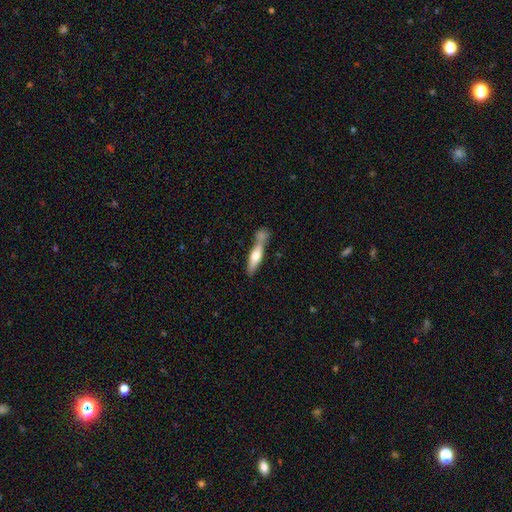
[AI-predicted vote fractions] smooth_or_featured: smooth (p=0.53) [alt: featured or disk p=0.42]
how_rounded: cigar-shaped (p=0.75) [alt: in between p=0.22]
merging: none (p=0.49) [alt: merger p=0.32]